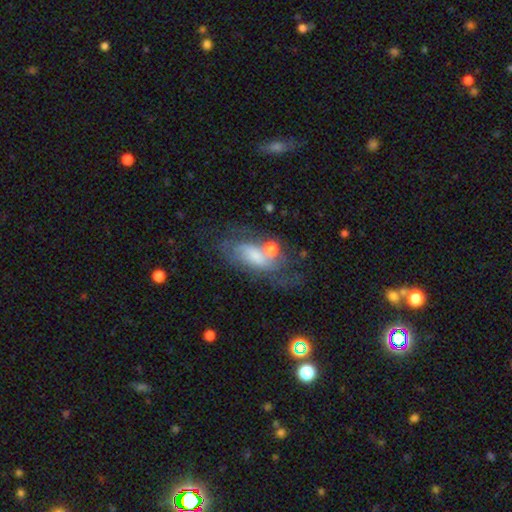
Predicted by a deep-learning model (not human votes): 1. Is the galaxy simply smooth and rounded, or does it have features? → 48% featured or disk, 42% smooth, 10% star or artifact.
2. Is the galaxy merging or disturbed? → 41% none, 24% minor disturbance, 22% major disturbance, 14% merger.